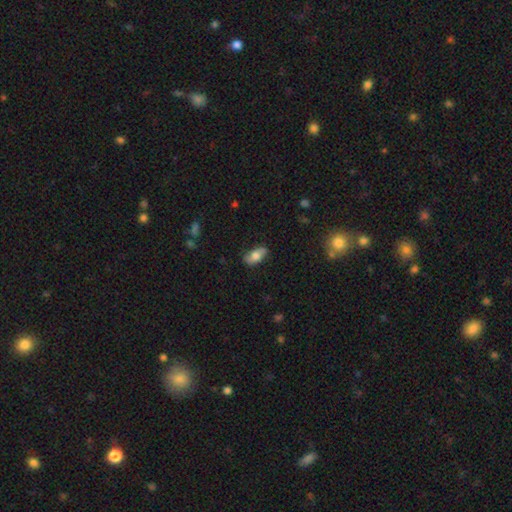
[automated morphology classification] The model was most divided on "smooth or featured": smooth: 64%, featured or disk: 28%, star or artifact: 8%. More confident: how rounded — in between (88%); merging — none (74%).